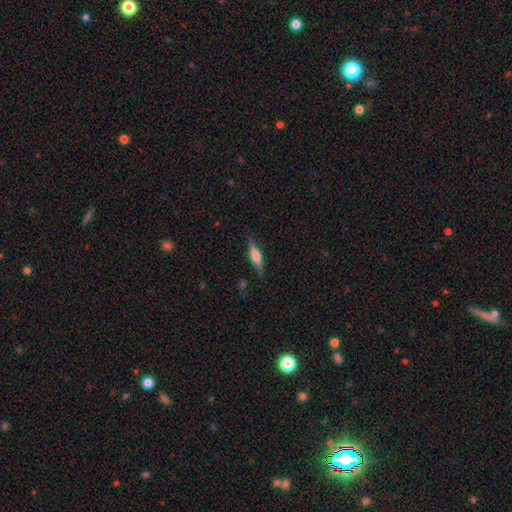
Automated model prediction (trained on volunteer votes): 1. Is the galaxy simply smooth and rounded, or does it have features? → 52% smooth, 42% featured or disk, 7% star or artifact.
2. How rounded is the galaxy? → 62% cigar-shaped, 35% in between, 2% round.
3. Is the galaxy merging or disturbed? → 80% none, 15% minor disturbance, 4% major disturbance, 1% merger.